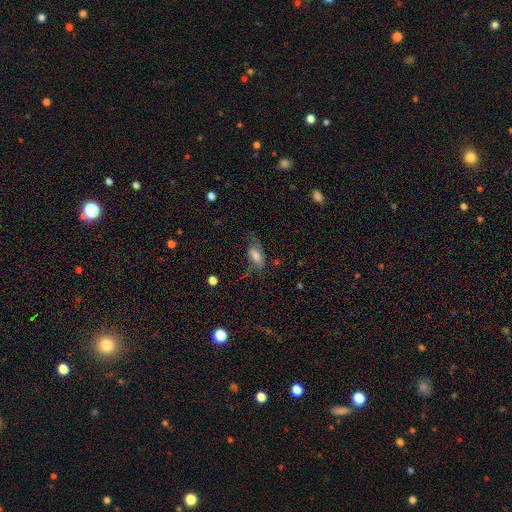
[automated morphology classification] Smooth or featured? Predicted: smooth (p=0.54). How rounded? Predicted: in between (p=0.85). Merging? Predicted: none (p=0.48).